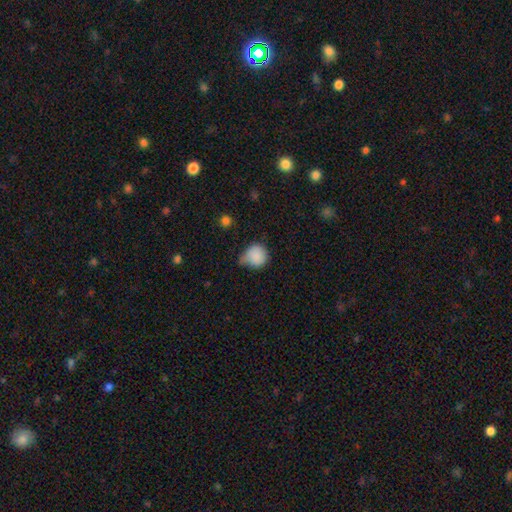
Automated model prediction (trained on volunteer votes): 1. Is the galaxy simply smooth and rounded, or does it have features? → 85% smooth, 9% star or artifact, 7% featured or disk.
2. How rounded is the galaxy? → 79% round, 20% in between, 1% cigar-shaped.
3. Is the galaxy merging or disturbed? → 47% minor disturbance, 36% none, 14% major disturbance, 4% merger.